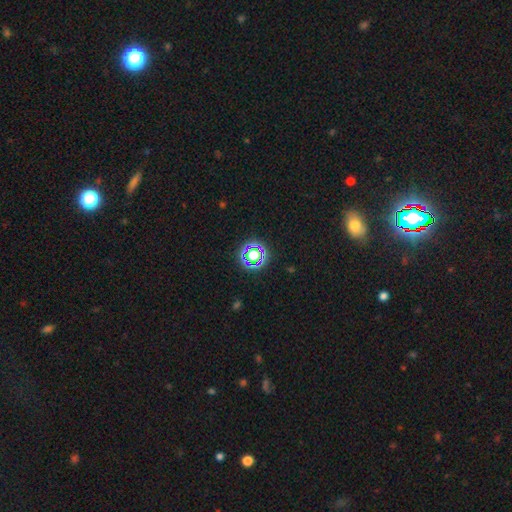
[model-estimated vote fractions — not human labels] Smooth or featured: star or artifact — 57% (smooth — 31%)